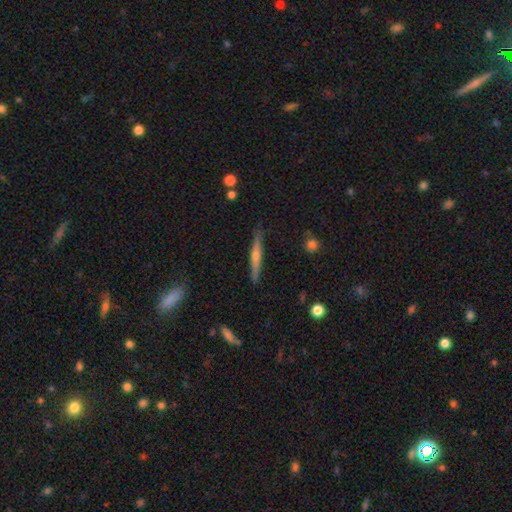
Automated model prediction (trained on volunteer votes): Smooth or featured: featured or disk — 64% (smooth — 28%)
Edge-on disk: yes — 97% (no — 3%)
Edge-on bulge: rounded — 81% (none — 14%)
Merging: none — 89% (minor disturbance — 8%)